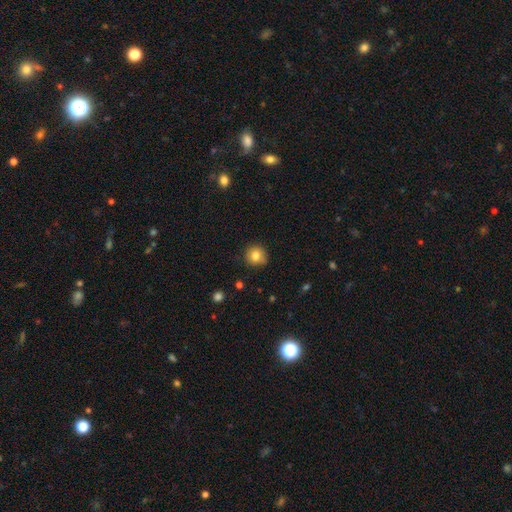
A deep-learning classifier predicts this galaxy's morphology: smooth_or_featured: smooth (p=0.82) [alt: star or artifact p=0.10]
how_rounded: round (p=0.89) [alt: in between p=0.10]
merging: none (p=0.83) [alt: minor disturbance p=0.13]